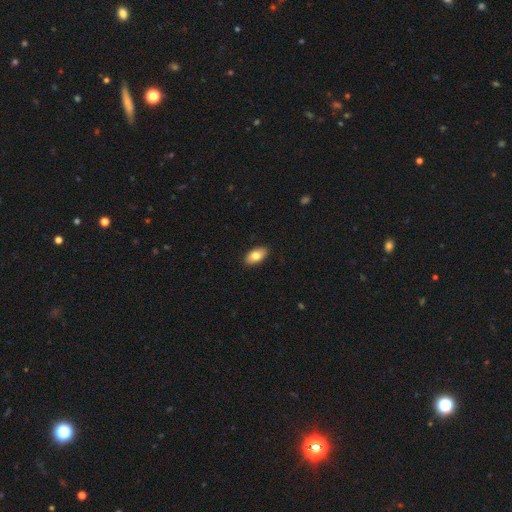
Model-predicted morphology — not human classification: Q: Smooth or featured?
A: smooth (79%); runner-up: featured or disk (14%)
Q: How rounded?
A: in between (93%); runner-up: round (4%)
Q: Merging?
A: none (90%); runner-up: minor disturbance (8%)